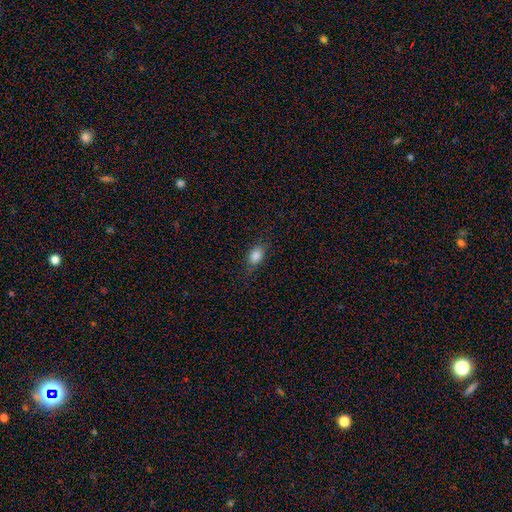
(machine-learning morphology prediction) A smooth galaxy with no disk features (84%) that is in between round and cigar-shaped (78%).

Vote fractions:
- Smooth or featured? smooth: 84% / star or artifact: 9% / featured or disk: 6%
- How rounded? in between: 78% / round: 19% / cigar-shaped: 3%
- Merging? none: 78% / minor disturbance: 16% / major disturbance: 5% / merger: 1%